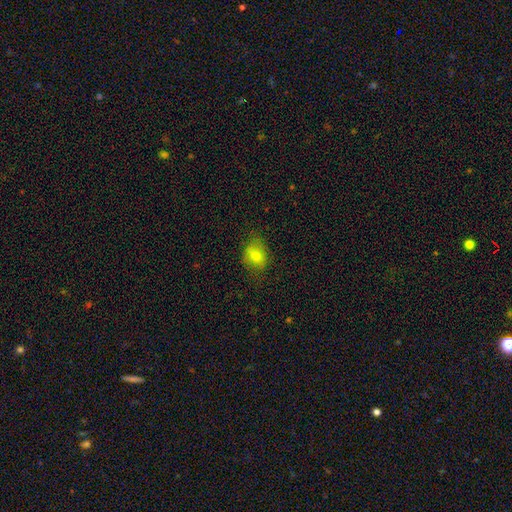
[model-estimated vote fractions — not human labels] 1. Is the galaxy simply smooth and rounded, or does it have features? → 75% smooth, 15% featured or disk, 10% star or artifact.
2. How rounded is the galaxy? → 67% in between, 31% round, 2% cigar-shaped.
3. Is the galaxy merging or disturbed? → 67% none, 23% minor disturbance, 9% major disturbance, 1% merger.